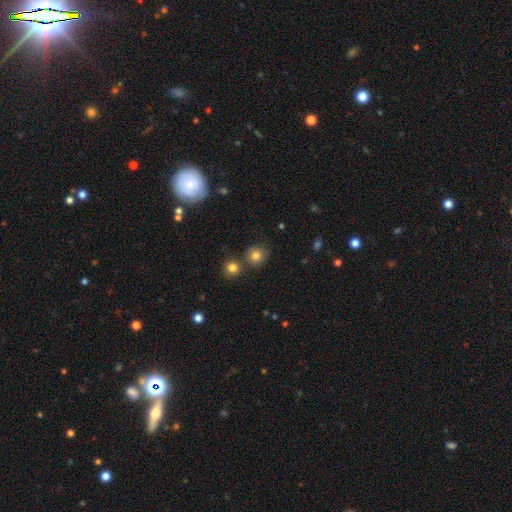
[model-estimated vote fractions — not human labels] smooth_or_featured: smooth (p=0.79) [alt: star or artifact p=0.12]
how_rounded: round (p=0.86) [alt: in between p=0.13]
merging: none (p=0.70) [alt: merger p=0.14]